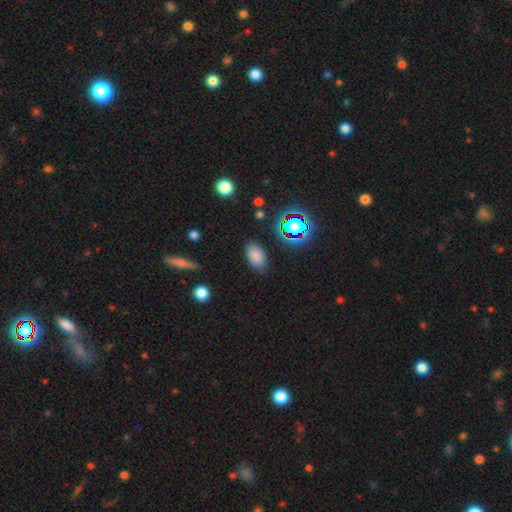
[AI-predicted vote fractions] smooth-or-featured: smooth: 81% | star or artifact: 13% | featured or disk: 6%
  how-rounded: in between: 92% | round: 6% | cigar-shaped: 2%
  merging: none: 84% | minor disturbance: 11% | major disturbance: 3% | merger: 2%